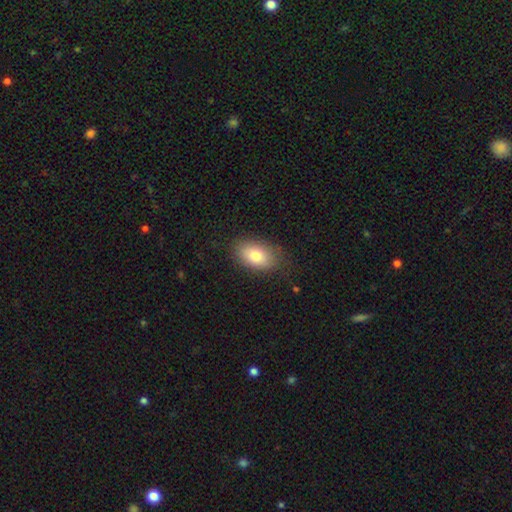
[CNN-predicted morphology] A smooth galaxy with no disk features (79%) that is in between round and cigar-shaped (88%). Merging: none (81%).